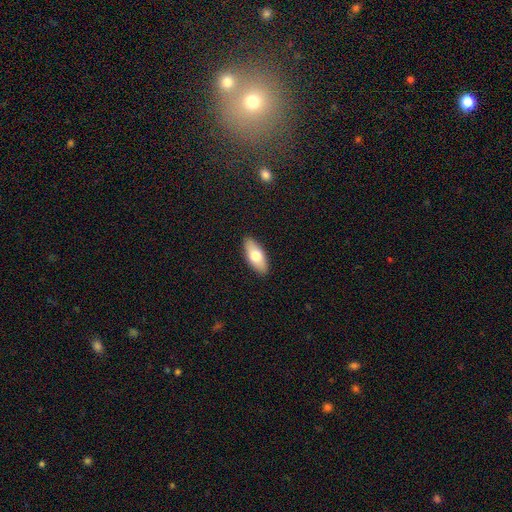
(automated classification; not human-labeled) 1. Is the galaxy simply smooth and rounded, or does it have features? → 71% smooth, 23% featured or disk, 6% star or artifact.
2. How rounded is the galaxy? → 84% in between, 13% cigar-shaped, 3% round.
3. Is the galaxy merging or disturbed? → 90% none, 8% minor disturbance, 2% major disturbance, 1% merger.